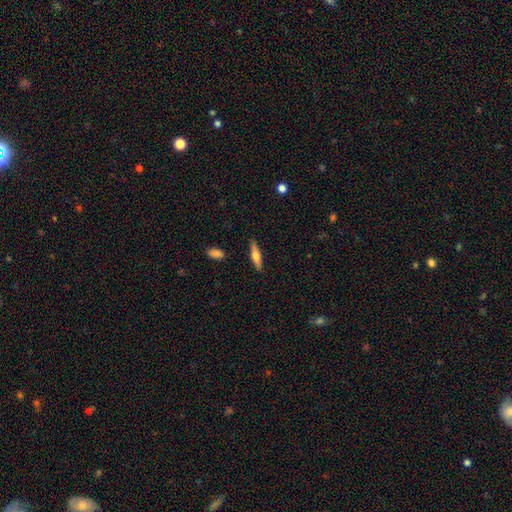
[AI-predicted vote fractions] A smooth galaxy with no disk features (49%).

Vote fractions:
- Smooth or featured? smooth: 49% / featured or disk: 45% / star or artifact: 6%
- Merging? none: 88% / minor disturbance: 8% / major disturbance: 2% / merger: 2%